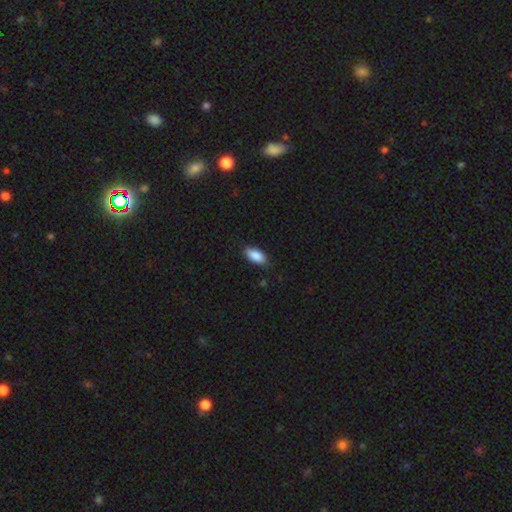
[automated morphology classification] Smooth or featured?
  - smooth: 88% *
  - star or artifact: 6%
  - featured or disk: 5%
How rounded?
  - in between: 88% *
  - cigar-shaped: 10%
  - round: 2%
Merging?
  - none: 84% *
  - minor disturbance: 12%
  - major disturbance: 2%
  - merger: 1%